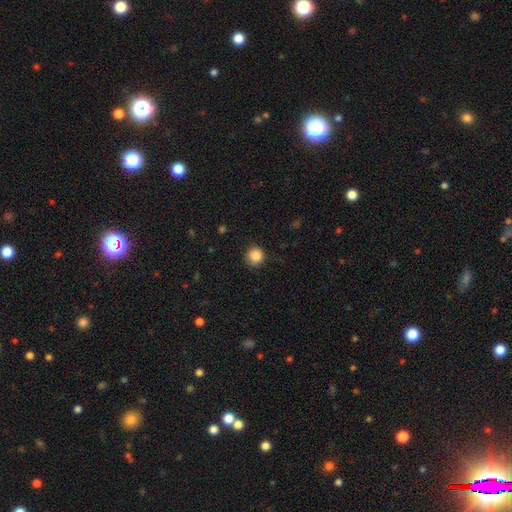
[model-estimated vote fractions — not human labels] This appears to be a smooth galaxy with no disk features (87%) that is round (92%). Merging: none (83%).